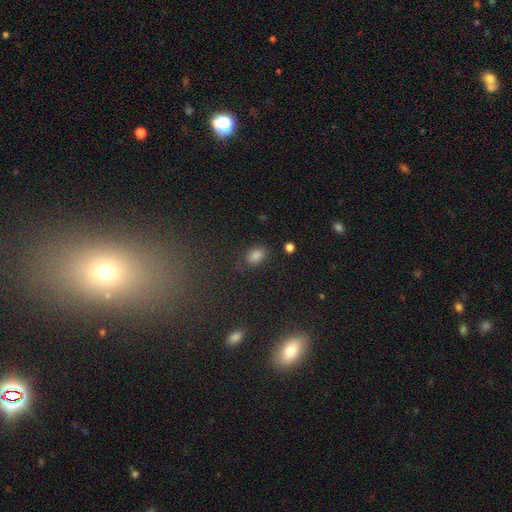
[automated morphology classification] Smooth or featured? Predicted: smooth (p=0.80). How rounded? Predicted: in between (p=0.88). Merging? Predicted: none (p=0.80).